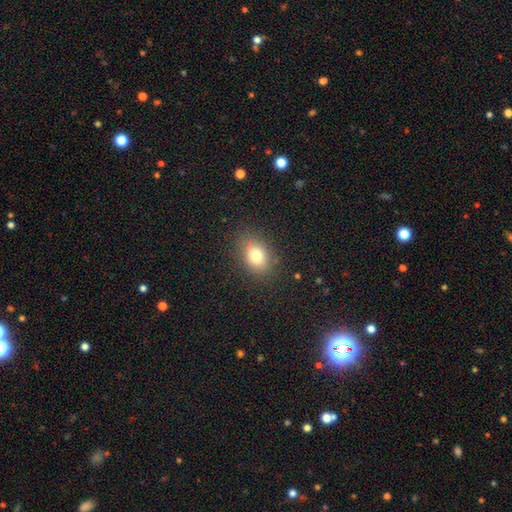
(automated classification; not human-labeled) Smooth or featured? Predicted: smooth (p=0.77). How rounded? Predicted: in between (p=0.66). Merging? Predicted: none (p=0.82).